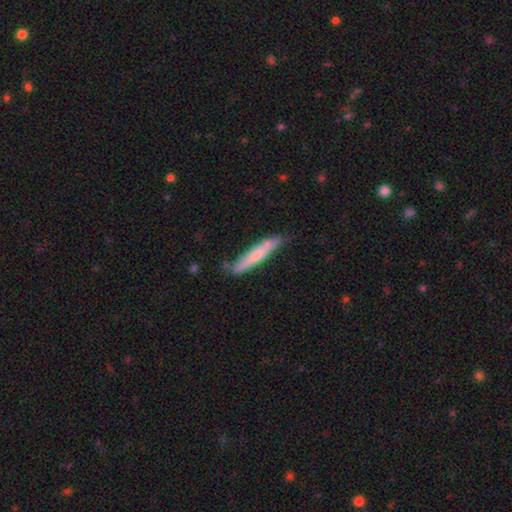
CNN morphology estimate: Smooth or featured? Predicted: smooth (p=0.68). How rounded? Predicted: cigar-shaped (p=0.92). Merging? Predicted: none (p=0.75).